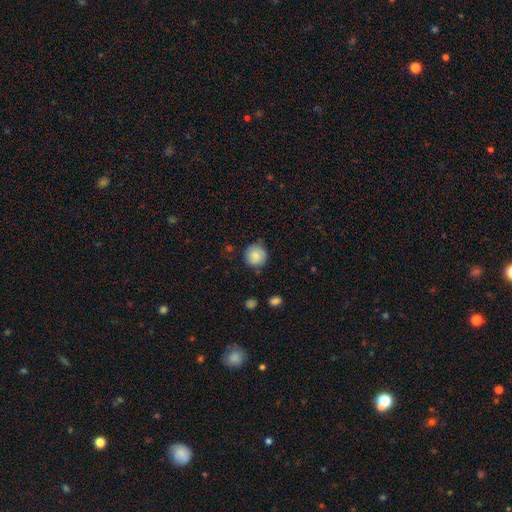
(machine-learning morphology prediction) Smooth or featured? Predicted: smooth (p=0.82). How rounded? Predicted: round (p=0.92). Merging? Predicted: none (p=0.76).